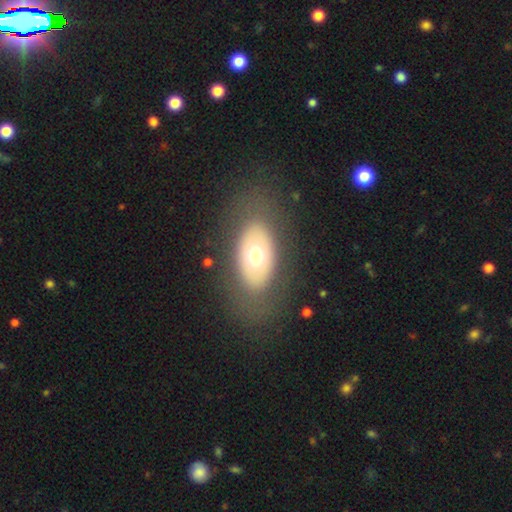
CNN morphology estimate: smooth 53%, featured or disk 39%, star or artifact 8%. Down the decision tree: how rounded — in between (87%); merging — none (80%).